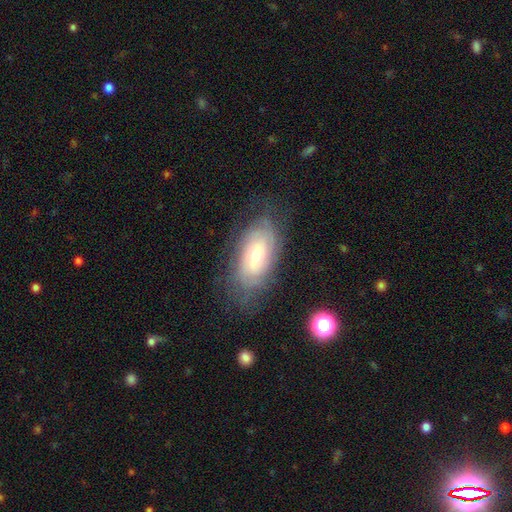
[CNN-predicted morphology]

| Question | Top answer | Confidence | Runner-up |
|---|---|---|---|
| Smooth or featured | featured or disk | 55% | smooth (36%) |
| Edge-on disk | no | 90% | yes (10%) |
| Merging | none | 69% | minor disturbance (20%) |